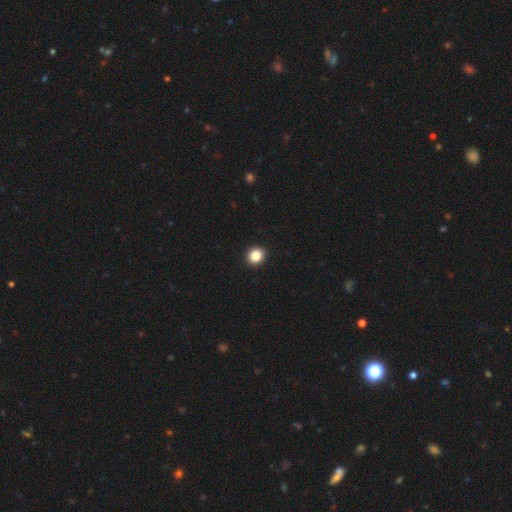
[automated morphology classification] smooth-or-featured: smooth: 86% | star or artifact: 10% | featured or disk: 4%
  how-rounded: round: 77% | in between: 22% | cigar-shaped: 1%
  merging: none: 94% | minor disturbance: 4% | major disturbance: 1% | merger: 1%